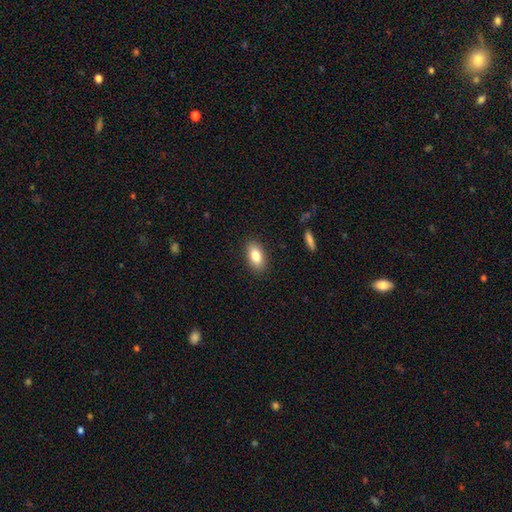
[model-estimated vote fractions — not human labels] Smooth or featured? smooth (84%)
How rounded? in between (91%)
Merging? none (88%)